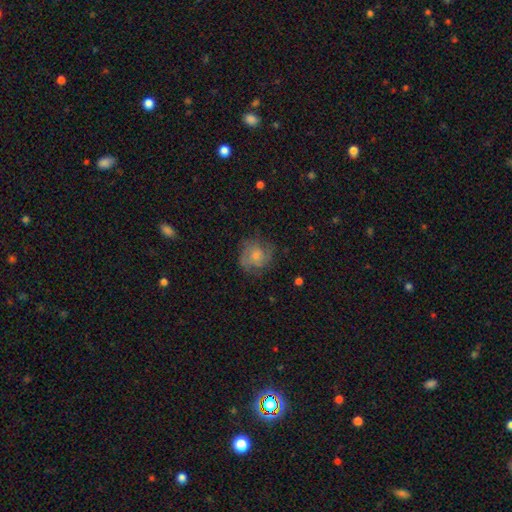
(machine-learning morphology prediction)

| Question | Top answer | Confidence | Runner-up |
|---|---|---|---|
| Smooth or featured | featured or disk | 46% | smooth (45%) |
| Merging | none | 65% | minor disturbance (21%) |